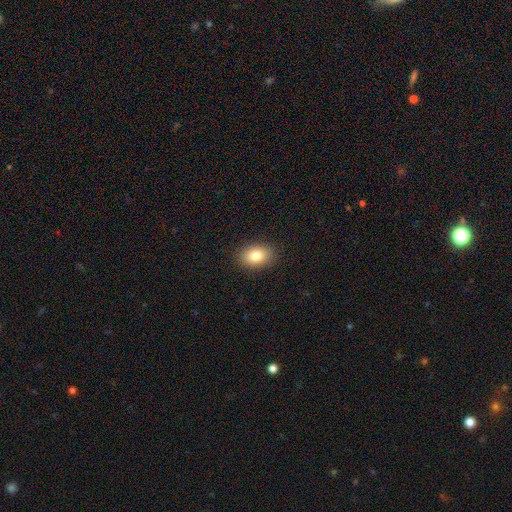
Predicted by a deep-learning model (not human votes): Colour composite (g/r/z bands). It shows a smooth galaxy with no disk features (83%) that is in between round and cigar-shaped (83%). Merging: none (88%).